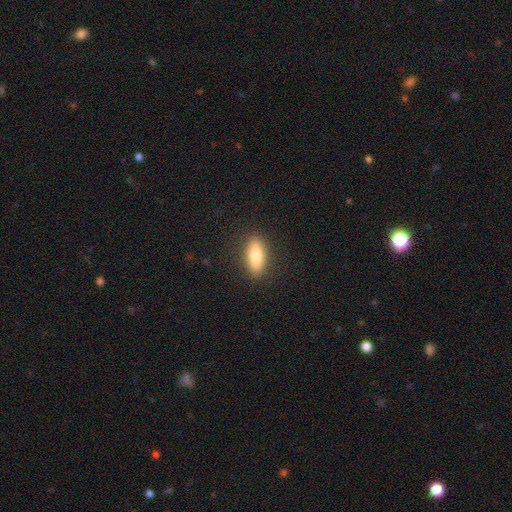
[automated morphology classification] Q: Smooth or featured?
A: smooth (80%); runner-up: featured or disk (14%)
Q: How rounded?
A: in between (74%); runner-up: cigar-shaped (23%)
Q: Merging?
A: none (88%); runner-up: minor disturbance (9%)